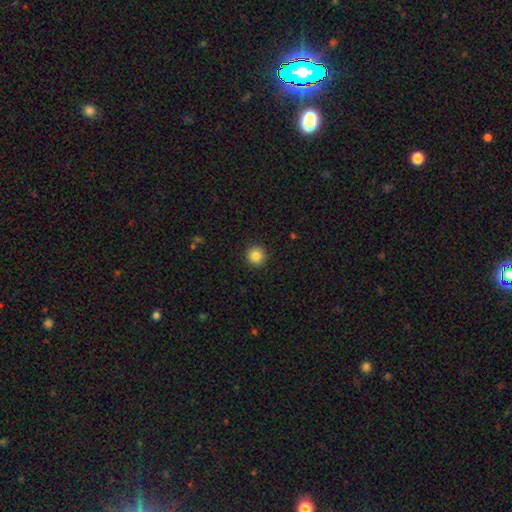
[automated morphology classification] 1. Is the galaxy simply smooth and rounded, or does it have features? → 85% smooth, 10% star or artifact, 5% featured or disk.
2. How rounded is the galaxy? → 95% round, 4% in between, 1% cigar-shaped.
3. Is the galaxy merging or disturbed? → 92% none, 5% minor disturbance, 2% major disturbance, 1% merger.